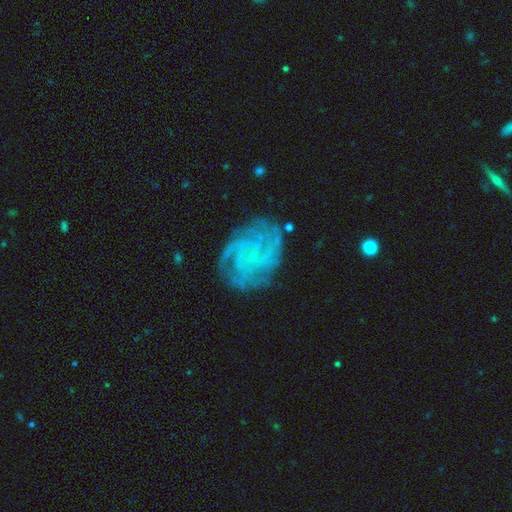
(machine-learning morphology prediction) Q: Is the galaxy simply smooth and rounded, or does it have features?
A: featured or disk — 69%.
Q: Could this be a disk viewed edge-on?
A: no — 97%.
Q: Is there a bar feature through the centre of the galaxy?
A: no — 71%.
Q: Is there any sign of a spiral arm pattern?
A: yes — 92%.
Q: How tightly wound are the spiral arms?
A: tight — 57%.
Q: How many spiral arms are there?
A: can't tell — 32%.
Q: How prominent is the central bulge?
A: small — 72%.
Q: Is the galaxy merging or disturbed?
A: none — 79%.